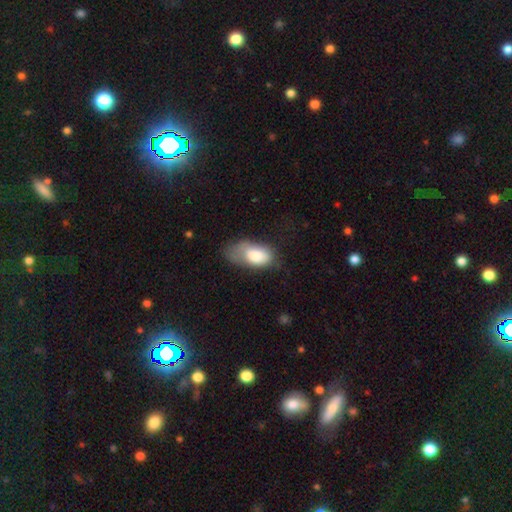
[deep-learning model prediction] The model was most divided on "merging": minor disturbance: 37%, none: 31%, major disturbance: 28%, merger: 3%. More confident: how rounded — in between (93%); smooth or featured — smooth (76%).